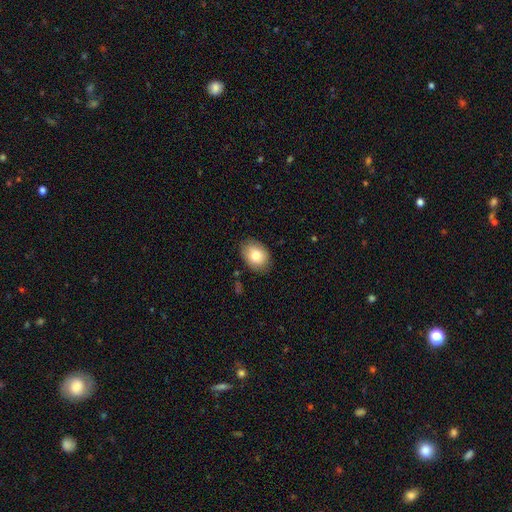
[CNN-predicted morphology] type=smooth (80%); roundness=in between (71%); merging=none (83%).